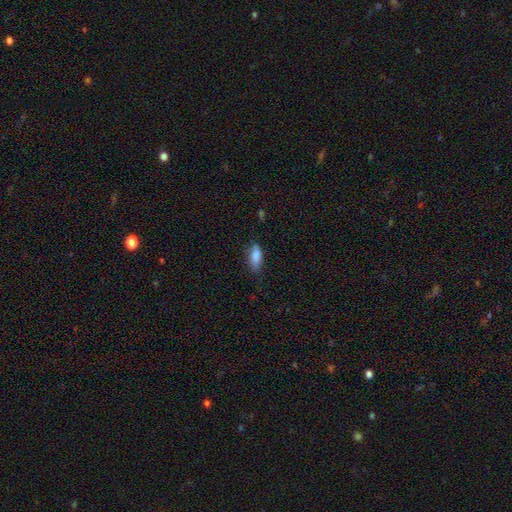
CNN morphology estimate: Smooth or featured? Predicted: smooth (p=0.85). How rounded? Predicted: in between (p=0.75). Merging? Predicted: none (p=0.70).